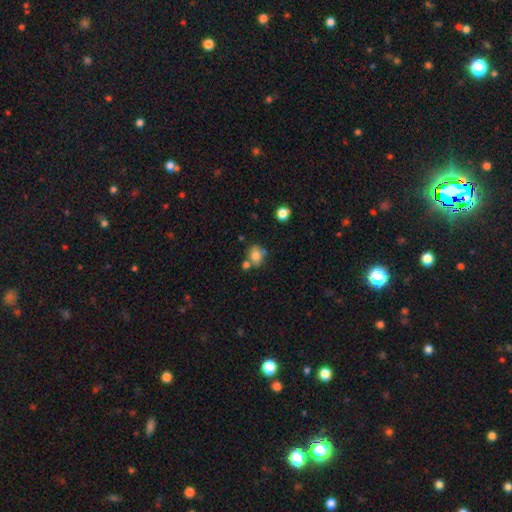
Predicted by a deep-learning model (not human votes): Smooth or featured?
  - smooth: 73% *
  - featured or disk: 16%
  - star or artifact: 12%
How rounded?
  - in between: 53% *
  - round: 45%
  - cigar-shaped: 2%
Merging?
  - none: 51% *
  - merger: 26%
  - minor disturbance: 17%
  - major disturbance: 6%